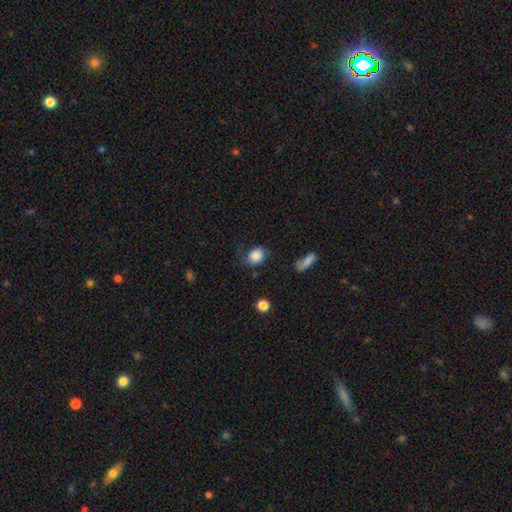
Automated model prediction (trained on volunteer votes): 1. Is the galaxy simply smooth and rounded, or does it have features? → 83% smooth, 8% star or artifact, 8% featured or disk.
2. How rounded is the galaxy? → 56% in between, 42% round, 1% cigar-shaped.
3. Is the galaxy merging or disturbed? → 57% none, 27% minor disturbance, 12% major disturbance, 3% merger.